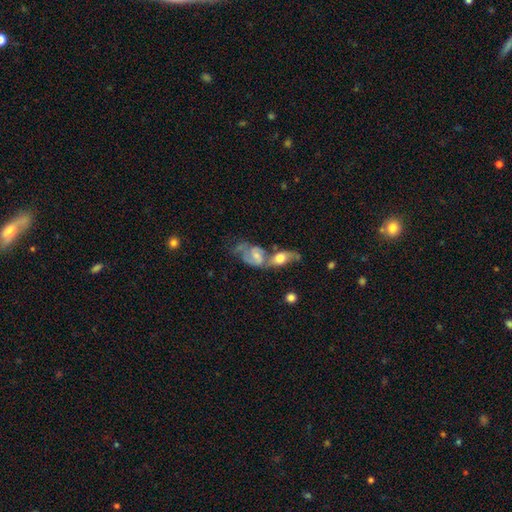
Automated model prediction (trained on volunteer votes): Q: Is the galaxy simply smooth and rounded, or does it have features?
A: featured or disk — 62%.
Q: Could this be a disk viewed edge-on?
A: no — 95%.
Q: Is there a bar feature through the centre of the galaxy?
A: no — 57%.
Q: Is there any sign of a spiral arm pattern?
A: yes — 76%.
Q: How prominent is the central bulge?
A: moderate — 47%.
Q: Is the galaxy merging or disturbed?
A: merger — 66%.